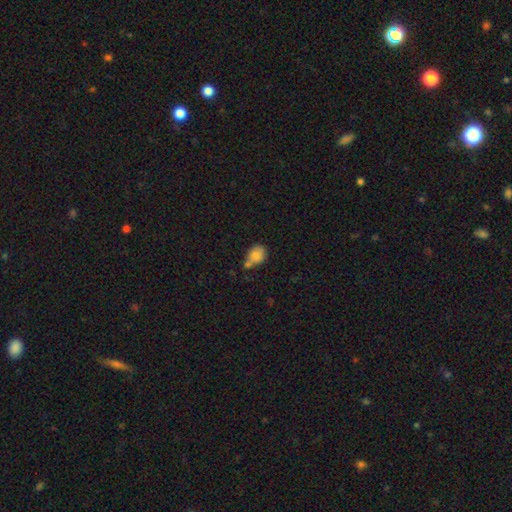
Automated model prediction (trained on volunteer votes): Smooth or featured? smooth (82%)
How rounded? round (52%)
Merging? none (47%)